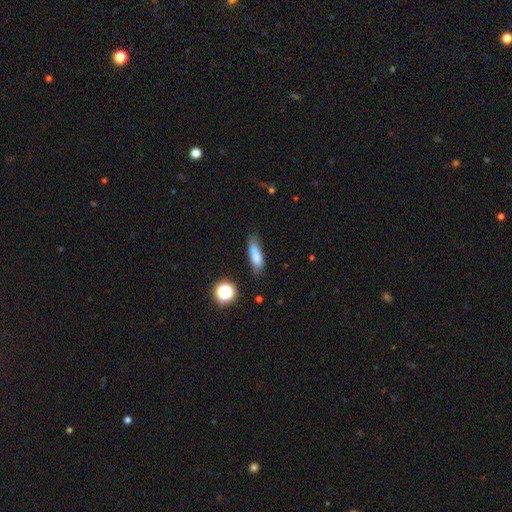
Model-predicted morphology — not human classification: Smooth or featured? Predicted: smooth (p=0.74). How rounded? Predicted: cigar-shaped (p=0.51). Merging? Predicted: none (p=0.57).